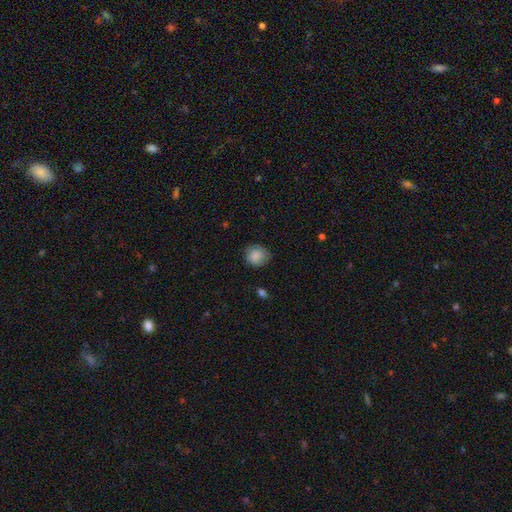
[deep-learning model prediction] Q: Smooth or featured?
A: smooth (87%); runner-up: star or artifact (8%)
Q: How rounded?
A: round (84%); runner-up: in between (15%)
Q: Merging?
A: none (79%); runner-up: minor disturbance (16%)